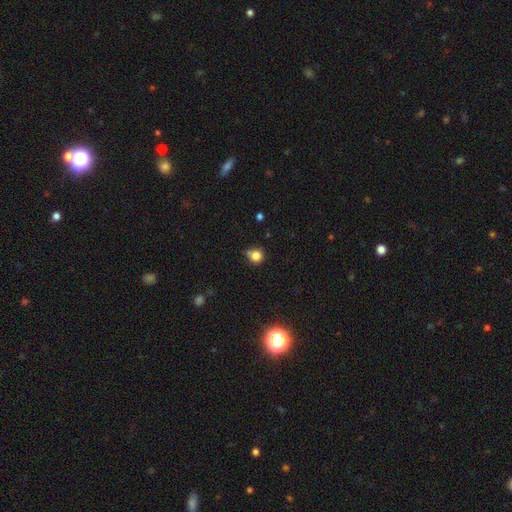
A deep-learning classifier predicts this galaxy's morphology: smooth_or_featured: smooth (p=0.81) [alt: star or artifact p=0.13]
how_rounded: round (p=0.88) [alt: in between p=0.11]
merging: none (p=0.63) [alt: minor disturbance p=0.19]